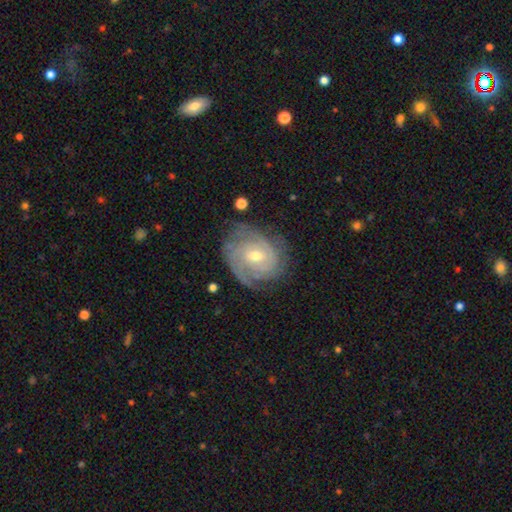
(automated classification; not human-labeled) Smooth or featured: featured or disk — 85% (smooth — 10%)
Edge-on disk: no — 97% (yes — 3%)
Bar: no — 60% (weak — 33%)
Spiral arms: yes — 95% (no — 5%)
Spiral winding: tight — 71% (medium — 23%)
Spiral arm count: can't tell — 35% (3 — 23%)
Bulge size: moderate — 52% (small — 45%)
Merging: none — 72% (minor disturbance — 19%)